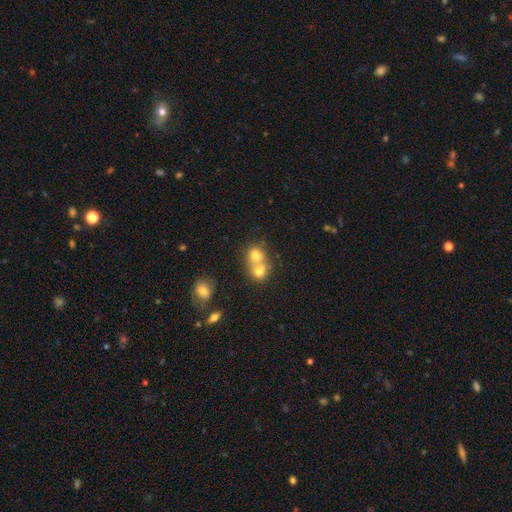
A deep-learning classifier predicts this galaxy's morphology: smooth_or_featured: smooth (p=0.73) [alt: featured or disk p=0.16]
how_rounded: round (p=0.73) [alt: in between p=0.26]
merging: merger (p=0.67) [alt: none p=0.25]